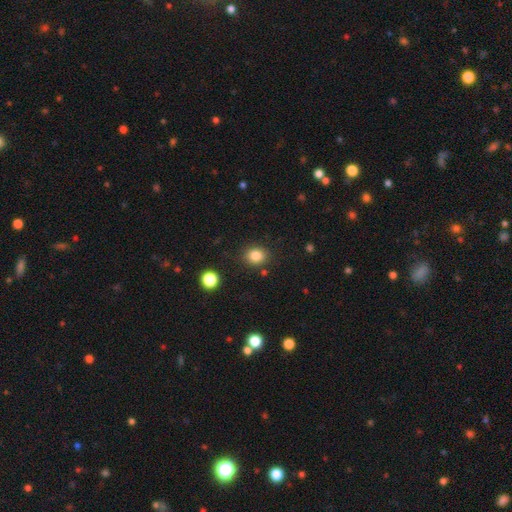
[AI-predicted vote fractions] Smooth or featured? smooth (84%)
How rounded? round (73%)
Merging? none (86%)